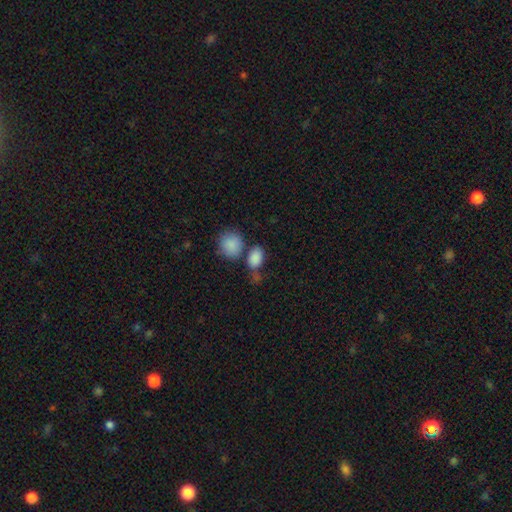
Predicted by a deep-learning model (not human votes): Q: Smooth or featured?
A: smooth (86%); runner-up: star or artifact (8%)
Q: How rounded?
A: in between (78%); runner-up: round (20%)
Q: Merging?
A: none (52%); runner-up: merger (28%)